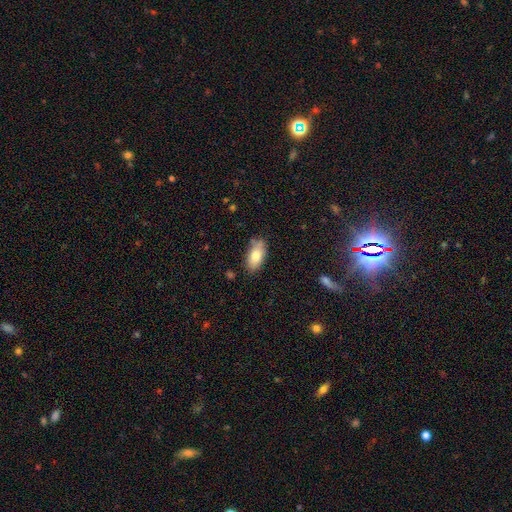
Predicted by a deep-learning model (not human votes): Smooth or featured? Predicted: smooth (p=0.79). How rounded? Predicted: in between (p=0.91). Merging? Predicted: none (p=0.72).